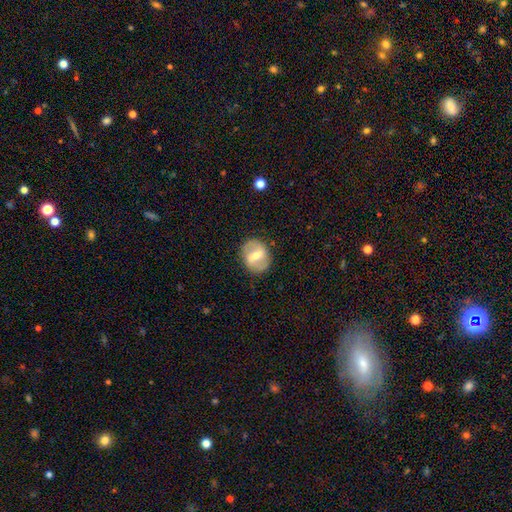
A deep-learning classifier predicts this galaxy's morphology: featured or disk 64%, smooth 30%, star or artifact 6%. Down the decision tree: edge-on disk — no (96%); bar — strong (47%); spiral arms — yes (66%); bulge size — moderate (57%); merging — none (85%).